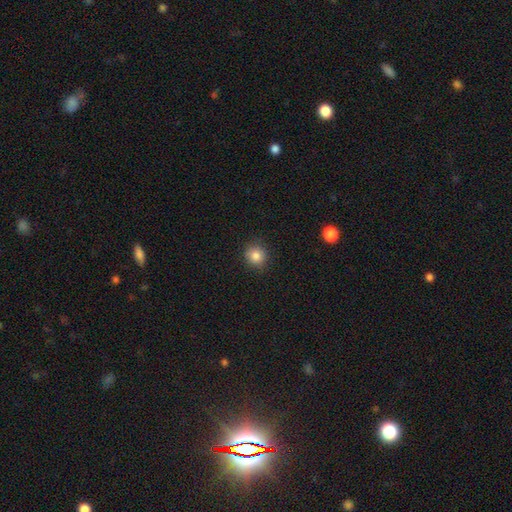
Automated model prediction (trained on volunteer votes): Smooth or featured? smooth (84%)
How rounded? round (89%)
Merging? none (90%)